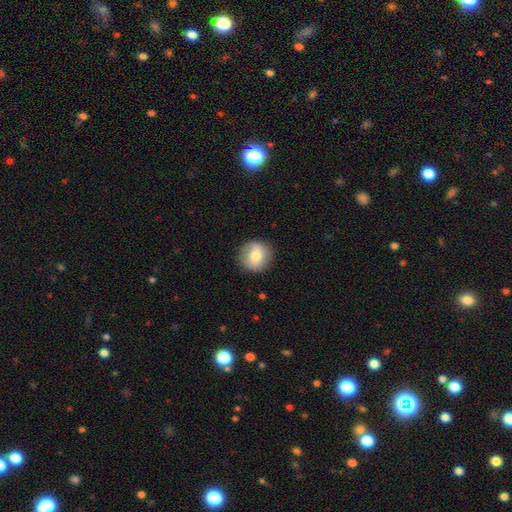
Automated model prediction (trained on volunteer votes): A smooth galaxy with no disk features (70%) that is round (89%).

Vote fractions:
- Smooth or featured? smooth: 70% / featured or disk: 22% / star or artifact: 8%
- How rounded? round: 89% / in between: 10% / cigar-shaped: 1%
- Merging? none: 84% / minor disturbance: 11% / major disturbance: 4% / merger: 1%